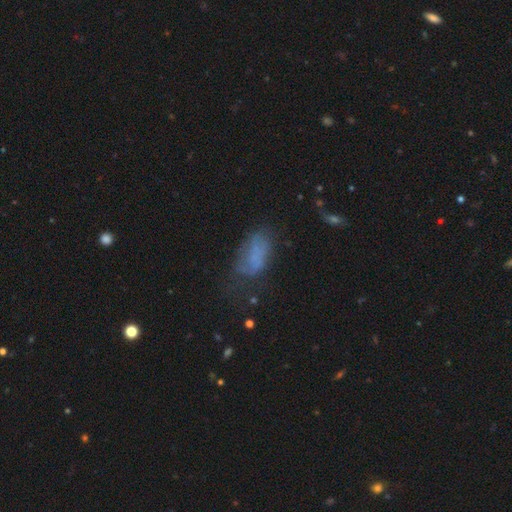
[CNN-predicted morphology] smooth-or-featured: smooth: 61% | featured or disk: 24% | star or artifact: 15%
  how-rounded: in between: 90% | cigar-shaped: 6% | round: 5%
  merging: none: 42% | minor disturbance: 29% | major disturbance: 25% | merger: 3%